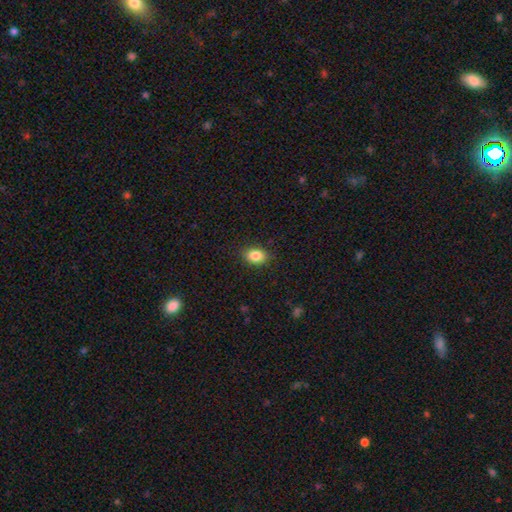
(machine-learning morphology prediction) The model was most divided on "how rounded": in between: 79%, round: 20%, cigar-shaped: 1%. More confident: merging — none (88%); smooth or featured — smooth (85%).